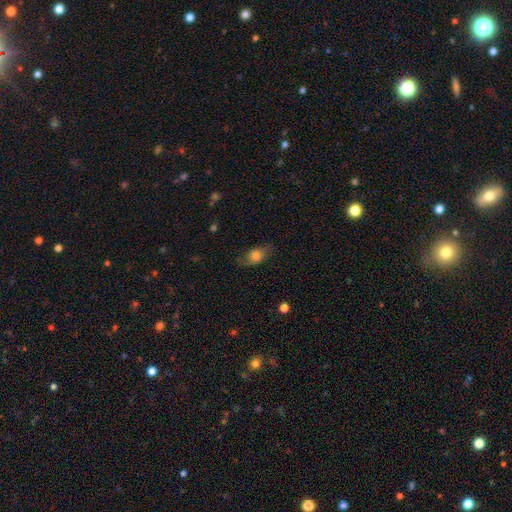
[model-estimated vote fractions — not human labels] Smooth or featured: smooth — 62% (featured or disk — 28%)
How rounded: in between — 73% (round — 21%)
Merging: none — 70% (minor disturbance — 20%)